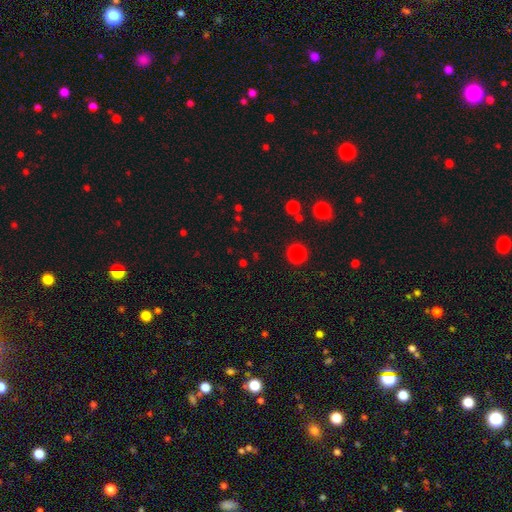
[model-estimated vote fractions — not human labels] Smooth or featured? Predicted: smooth (p=0.60). How rounded? Predicted: round (p=0.86). Merging? Predicted: none (p=0.86).